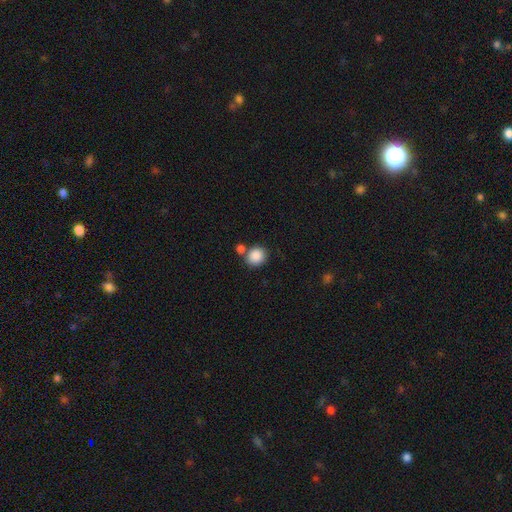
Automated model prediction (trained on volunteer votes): Smooth or featured: smooth — 88% (star or artifact — 8%)
How rounded: round — 84% (in between — 15%)
Merging: none — 64% (merger — 22%)